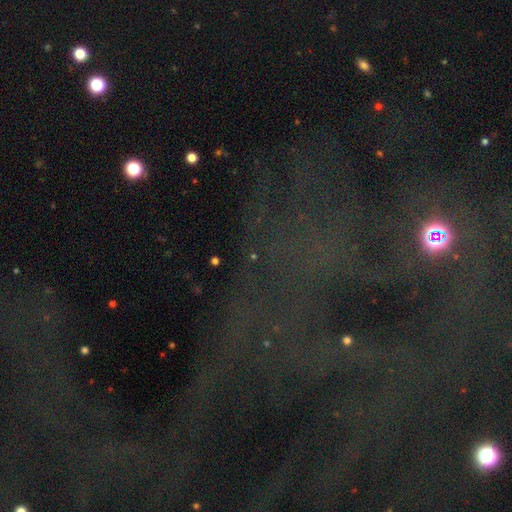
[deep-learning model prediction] Overall: star or artifact (74%).